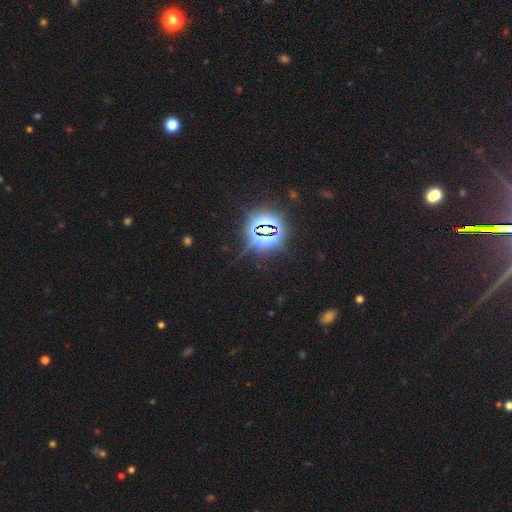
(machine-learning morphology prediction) Smooth or featured: star or artifact — 82% (smooth — 11%)